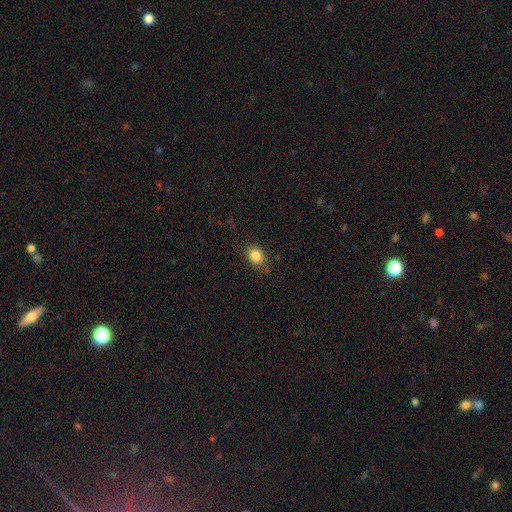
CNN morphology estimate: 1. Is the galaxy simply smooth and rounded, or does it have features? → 85% smooth, 10% star or artifact, 5% featured or disk.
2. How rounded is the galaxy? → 52% in between, 47% round, 1% cigar-shaped.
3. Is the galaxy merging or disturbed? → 83% none, 13% minor disturbance, 3% major disturbance, 1% merger.